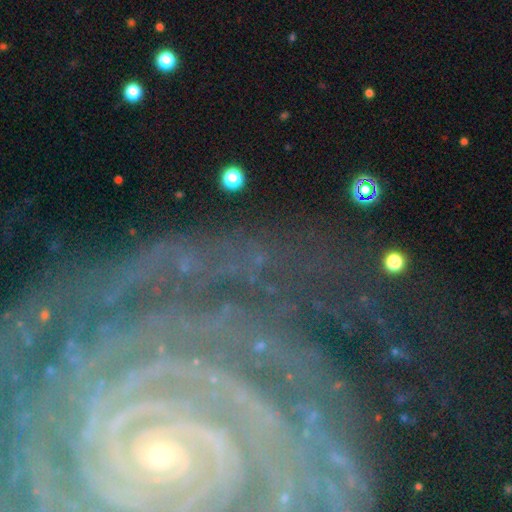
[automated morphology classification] Overall: featured or disk (60%; star or artifact 24%). Edge-on disk: no (90%). Bar: no (39%; strong 31%). Spiral arms: yes (87%). Bulge size: small (53%; moderate 30%). Merging: none (72%).